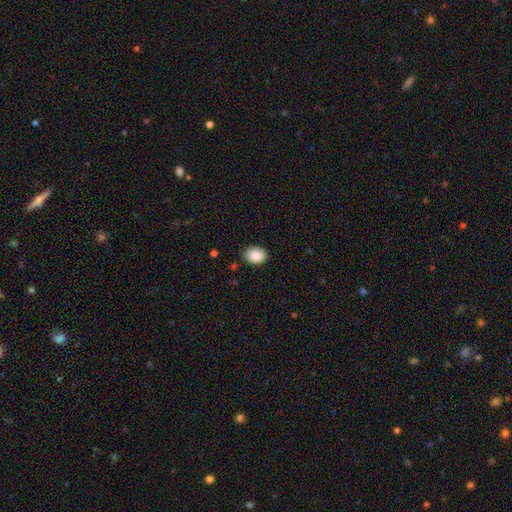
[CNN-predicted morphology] This appears to be a smooth galaxy with no disk features (87%) that is in between round and cigar-shaped (55%). Merging: none (88%).